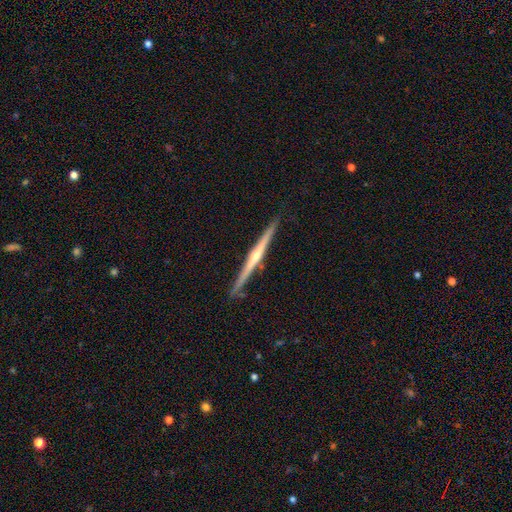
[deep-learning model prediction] Smooth or featured: featured or disk — 80% (smooth — 15%)
Edge-on disk: yes — 98% (no — 2%)
Edge-on bulge: rounded — 76% (none — 19%)
Merging: none — 90% (minor disturbance — 7%)